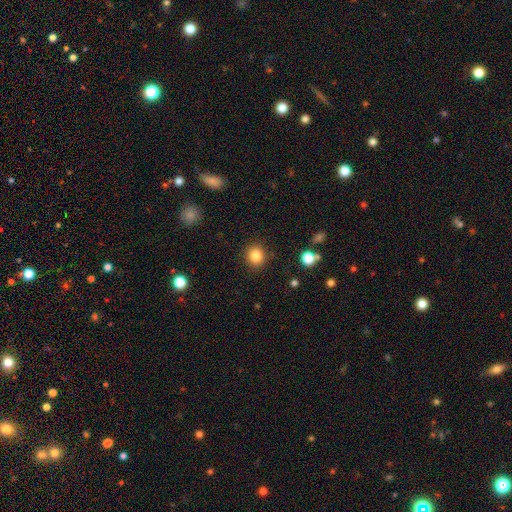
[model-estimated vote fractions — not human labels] This appears to be a smooth galaxy with no disk features (84%) that is round (84%). Merging: none (89%).